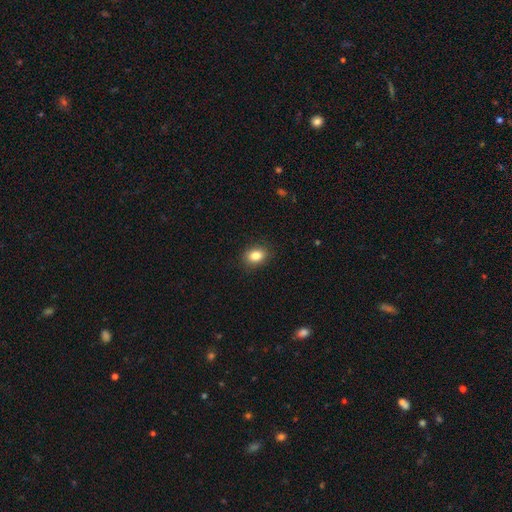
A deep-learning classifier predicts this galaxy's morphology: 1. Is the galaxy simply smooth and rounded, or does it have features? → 84% smooth, 9% star or artifact, 6% featured or disk.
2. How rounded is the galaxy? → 67% in between, 32% round, 1% cigar-shaped.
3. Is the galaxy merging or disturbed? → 87% none, 10% minor disturbance, 2% major disturbance, 1% merger.